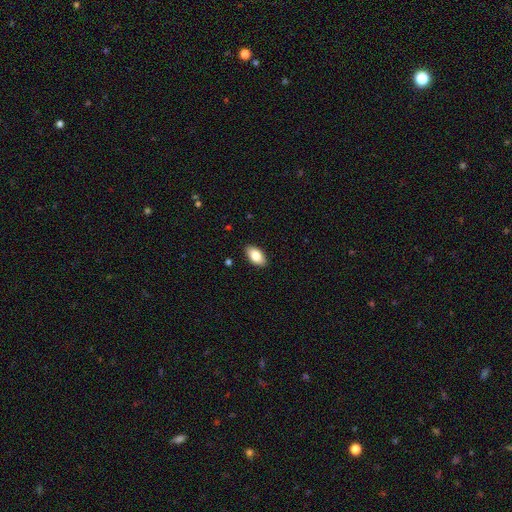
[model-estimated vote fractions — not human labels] Smooth or featured? Predicted: smooth (p=0.83). How rounded? Predicted: in between (p=0.94). Merging? Predicted: none (p=0.89).